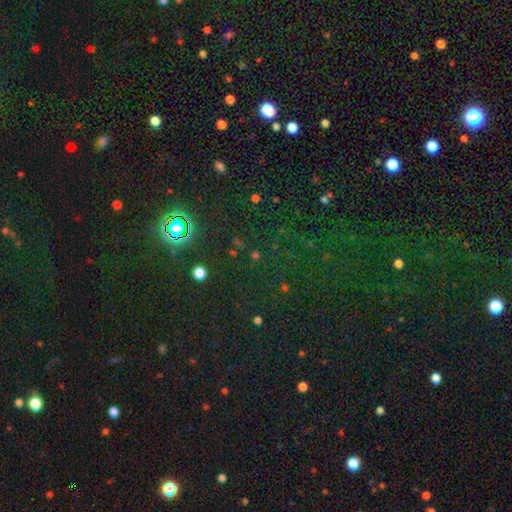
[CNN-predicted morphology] Smooth or featured?
  - star or artifact: 69% *
  - smooth: 23%
  - featured or disk: 8%